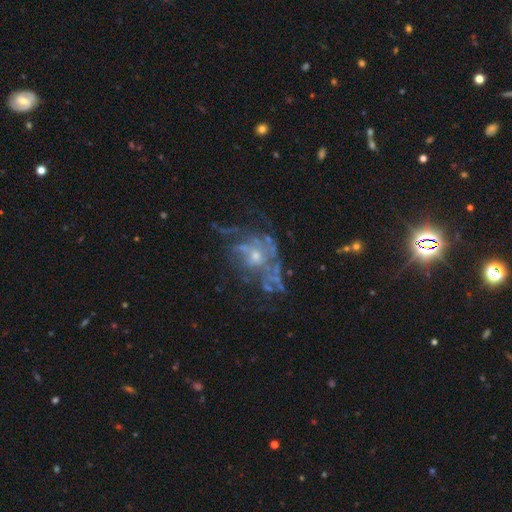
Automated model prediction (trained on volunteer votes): smooth-or-featured: featured or disk: 72% | star or artifact: 17% | smooth: 11%
  disk-edge-on: no: 96% | yes: 4%
    bar: no: 79% | weak: 17% | strong: 4%
    has-spiral-arms: yes: 61% | no: 39%
    bulge-size: small: 55% | moderate: 34% | none: 7% | large: 2% | dominant: 1%
  merging: none: 45% | major disturbance: 30% | minor disturbance: 18% | merger: 6%